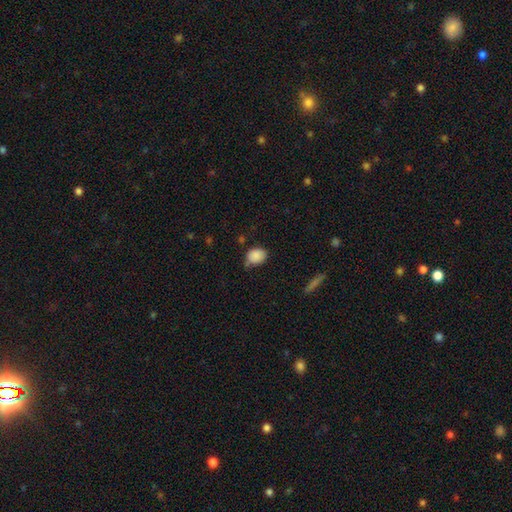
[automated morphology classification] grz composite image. It shows a smooth galaxy with no disk features (87%) that is in between round and cigar-shaped (55%). Merging: none (59%).